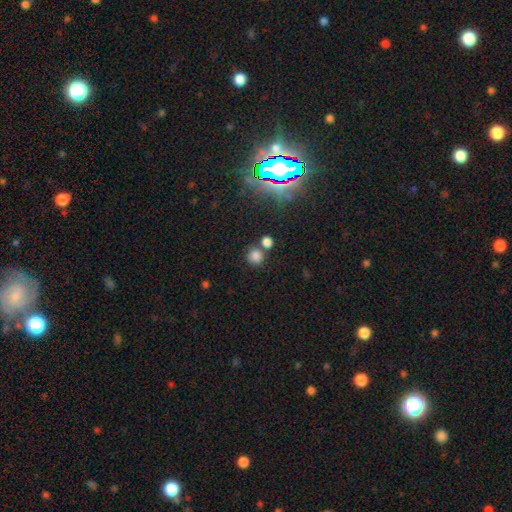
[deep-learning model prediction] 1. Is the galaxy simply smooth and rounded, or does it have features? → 79% smooth, 15% star or artifact, 6% featured or disk.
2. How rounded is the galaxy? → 87% round, 12% in between, 1% cigar-shaped.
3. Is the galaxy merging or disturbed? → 62% none, 26% merger, 9% minor disturbance, 4% major disturbance.